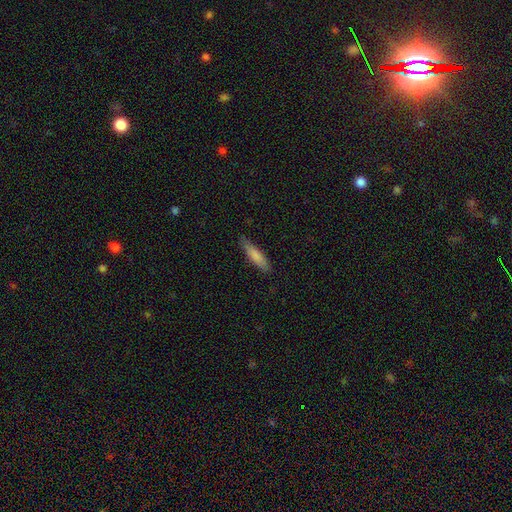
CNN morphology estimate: smooth 81%, featured or disk 13%, star or artifact 6%. Down the decision tree: how rounded — cigar-shaped (75%); merging — none (81%).